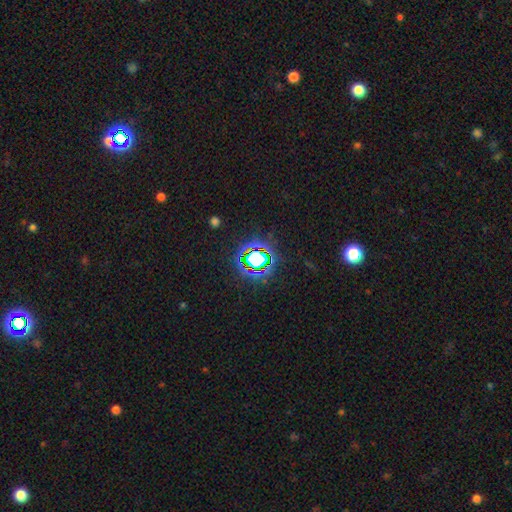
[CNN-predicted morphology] This is likely a star or artifact rather than a galaxy (69%).